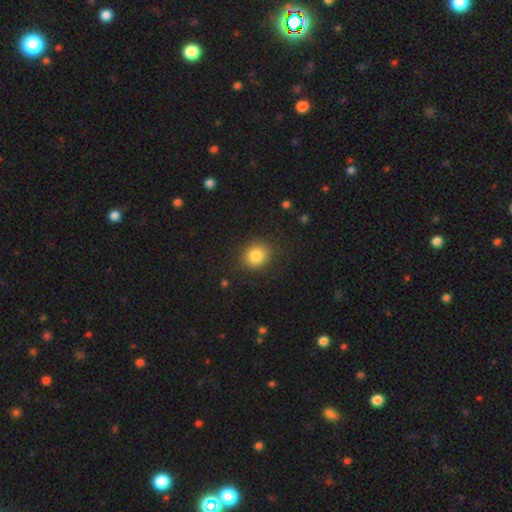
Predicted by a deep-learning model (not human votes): This appears to be a smooth galaxy with no disk features (85%) that is round (74%). Merging: none (87%).